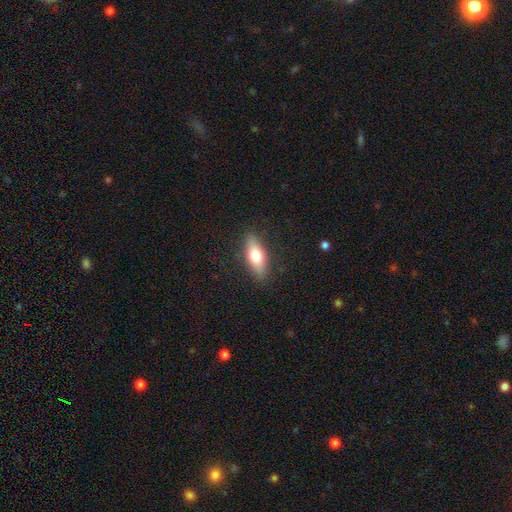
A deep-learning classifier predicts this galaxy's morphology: Smooth or featured? Predicted: smooth (p=0.69). How rounded? Predicted: in between (p=0.68). Merging? Predicted: none (p=0.87).